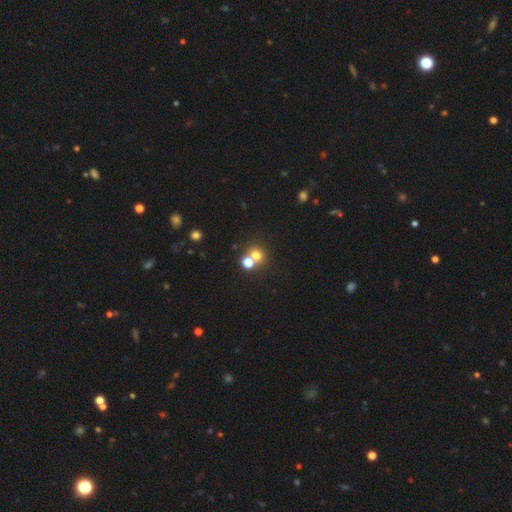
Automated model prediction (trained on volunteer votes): smooth-or-featured: smooth: 70% | star or artifact: 19% | featured or disk: 11%
  how-rounded: round: 82% | in between: 17% | cigar-shaped: 1%
  merging: none: 48% | merger: 42% | minor disturbance: 6% | major disturbance: 3%